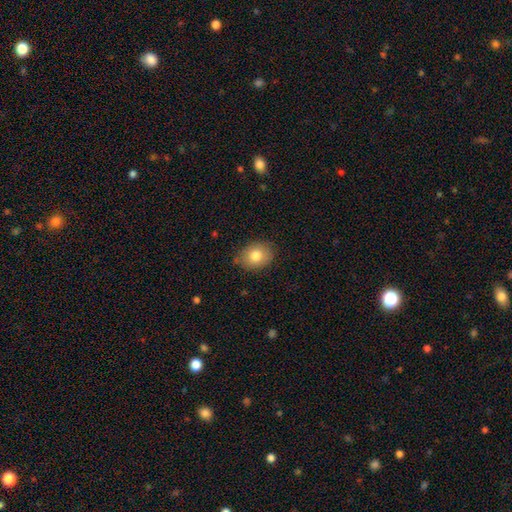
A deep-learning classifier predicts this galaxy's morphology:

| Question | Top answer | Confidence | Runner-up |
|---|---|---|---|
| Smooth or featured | smooth | 80% | featured or disk (12%) |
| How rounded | in between | 62% | round (37%) |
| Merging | none | 80% | minor disturbance (16%) |